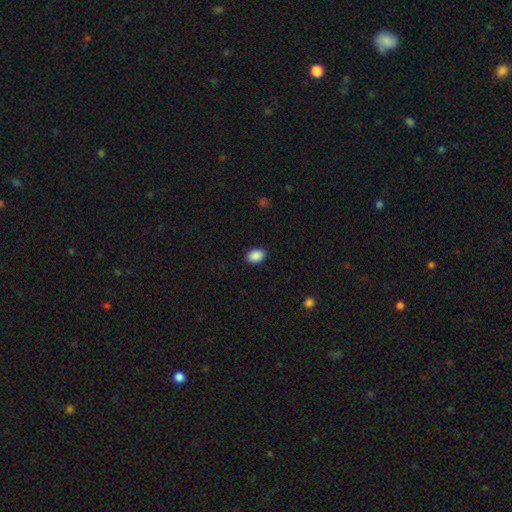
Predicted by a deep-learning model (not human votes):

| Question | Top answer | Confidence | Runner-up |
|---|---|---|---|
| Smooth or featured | smooth | 90% | star or artifact (7%) |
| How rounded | in between | 81% | round (18%) |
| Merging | none | 90% | minor disturbance (7%) |